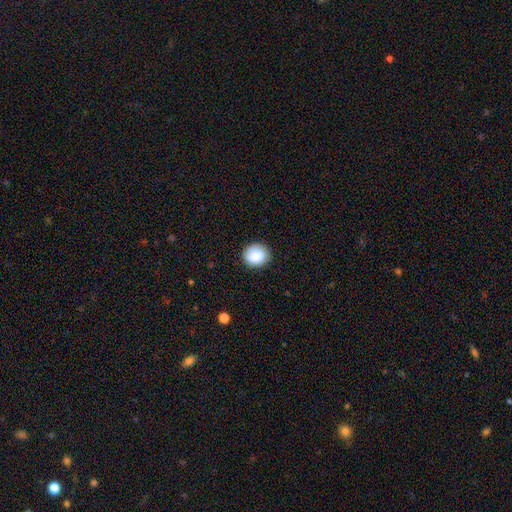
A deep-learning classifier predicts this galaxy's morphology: A smooth galaxy with no disk features (86%) that is round (82%). Merging: none (86%).